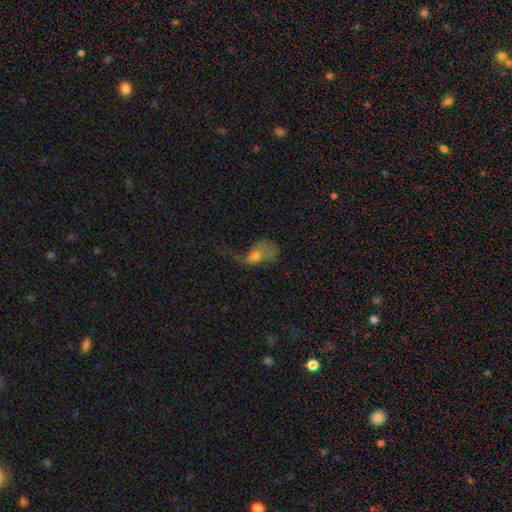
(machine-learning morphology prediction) Smooth or featured? smooth (49%)
Merging? major disturbance (60%)